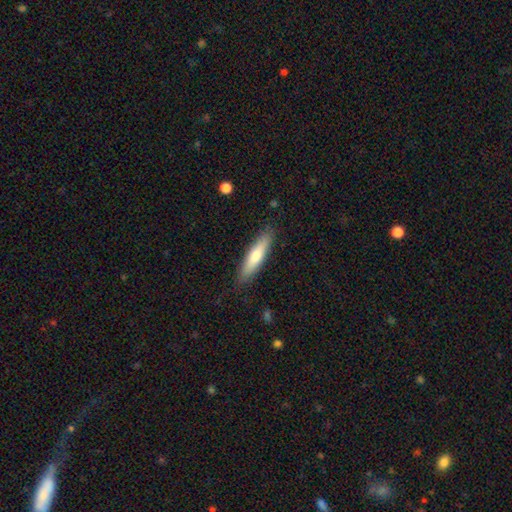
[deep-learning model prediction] smooth 67%, featured or disk 28%, star or artifact 6%. Down the decision tree: how rounded — cigar-shaped (81%); merging — none (87%).